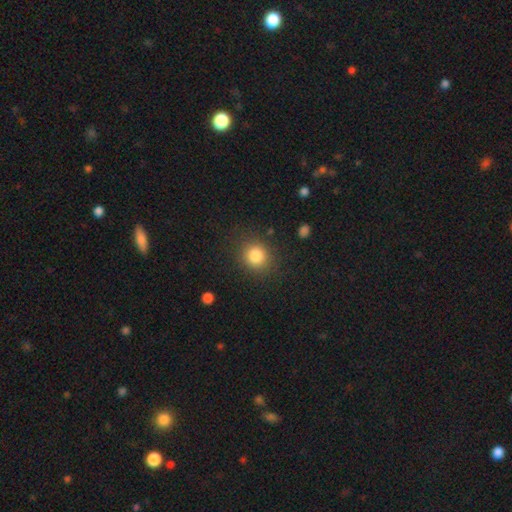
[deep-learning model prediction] A smooth galaxy with no disk features (83%) that is round (84%).

Vote fractions:
- Smooth or featured? smooth: 83% / star or artifact: 11% / featured or disk: 6%
- How rounded? round: 84% / in between: 15% / cigar-shaped: 1%
- Merging? none: 85% / minor disturbance: 9% / major disturbance: 4% / merger: 2%